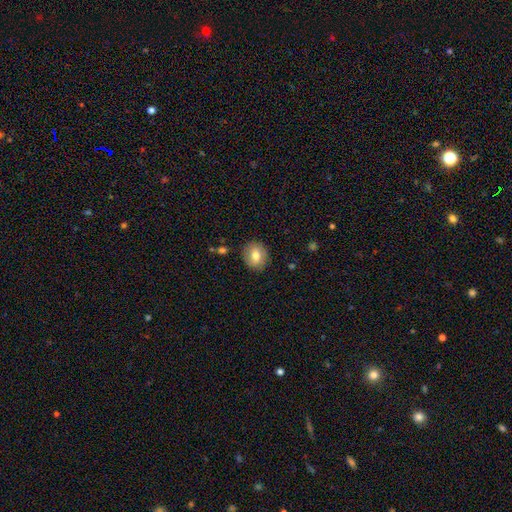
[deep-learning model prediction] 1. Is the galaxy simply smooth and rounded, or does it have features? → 75% smooth, 17% featured or disk, 8% star or artifact.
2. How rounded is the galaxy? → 70% round, 29% in between, 1% cigar-shaped.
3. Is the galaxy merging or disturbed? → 87% none, 9% minor disturbance, 2% major disturbance, 1% merger.